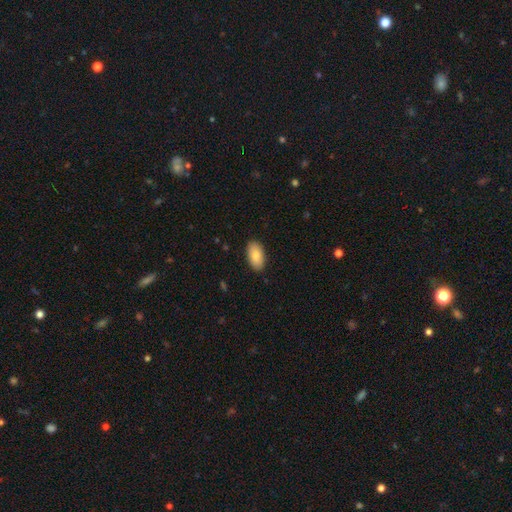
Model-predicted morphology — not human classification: Overall: smooth (84%). How rounded: in between (95%). Merging: none (89%).